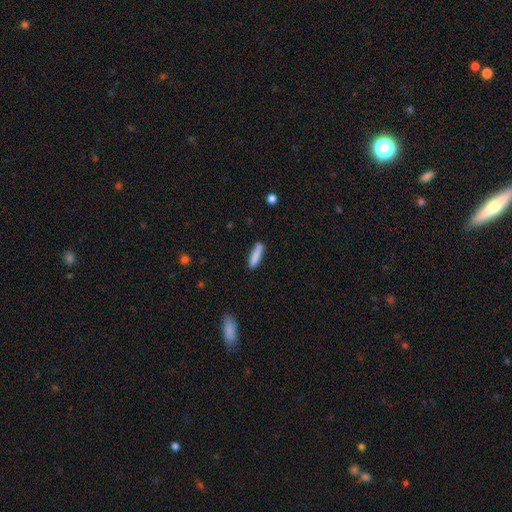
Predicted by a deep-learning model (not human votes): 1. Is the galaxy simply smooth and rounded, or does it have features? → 85% smooth, 8% featured or disk, 7% star or artifact.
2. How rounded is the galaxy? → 76% cigar-shaped, 22% in between, 2% round.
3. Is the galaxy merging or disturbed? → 79% none, 15% minor disturbance, 4% merger, 3% major disturbance.